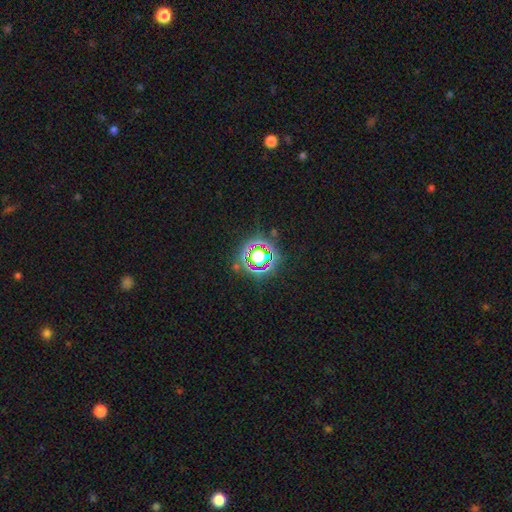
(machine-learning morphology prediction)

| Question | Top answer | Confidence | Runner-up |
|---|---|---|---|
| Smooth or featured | star or artifact | 66% | smooth (21%) |